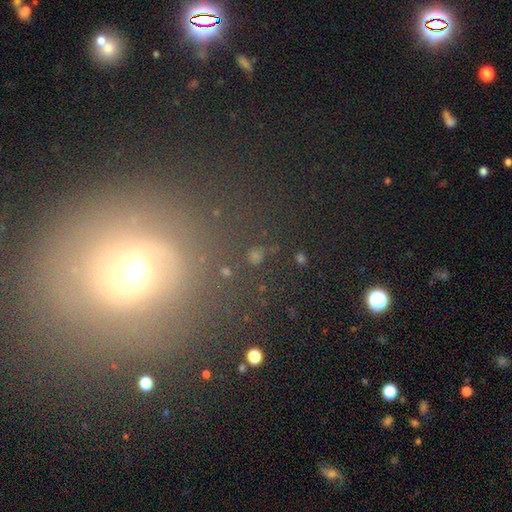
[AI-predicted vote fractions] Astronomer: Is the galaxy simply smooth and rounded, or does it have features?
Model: smooth — 41% (runner-up: star or artifact, 30%).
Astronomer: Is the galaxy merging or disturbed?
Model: none — 66%.